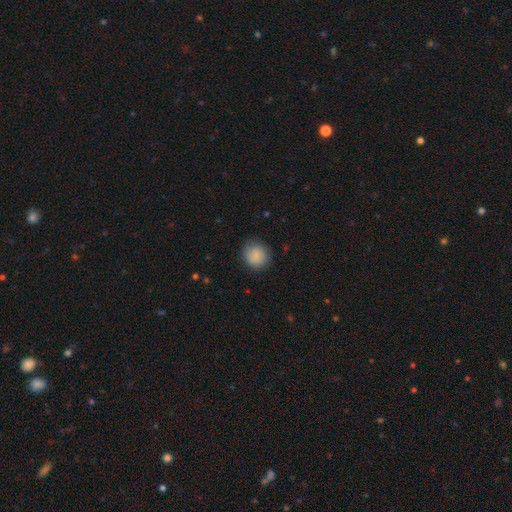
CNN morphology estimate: Q: Smooth or featured?
A: smooth (86%); runner-up: star or artifact (7%)
Q: How rounded?
A: round (87%); runner-up: in between (12%)
Q: Merging?
A: none (81%); runner-up: minor disturbance (14%)